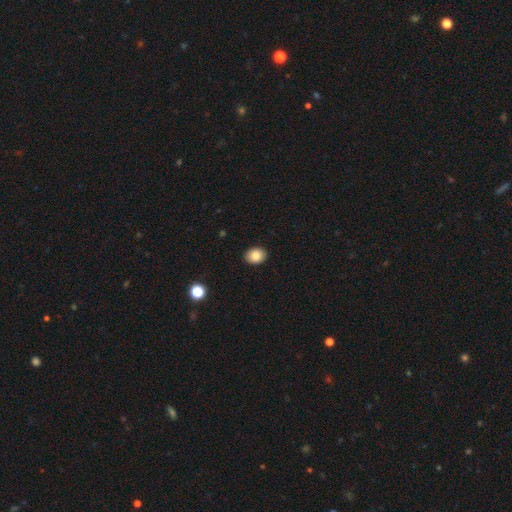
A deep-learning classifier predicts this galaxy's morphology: A smooth galaxy with no disk features (86%) that is in between round and cigar-shaped (62%).

Vote fractions:
- Smooth or featured? smooth: 86% / star or artifact: 9% / featured or disk: 5%
- How rounded? in between: 62% / round: 37% / cigar-shaped: 1%
- Merging? none: 90% / minor disturbance: 7% / major disturbance: 2% / merger: 1%